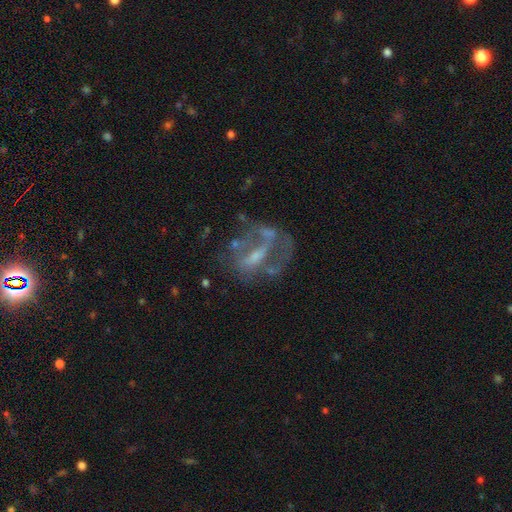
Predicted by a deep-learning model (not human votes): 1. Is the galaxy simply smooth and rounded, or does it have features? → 71% featured or disk, 18% smooth, 11% star or artifact.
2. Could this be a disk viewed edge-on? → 92% no, 8% yes.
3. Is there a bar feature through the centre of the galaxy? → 37% weak, 32% strong, 32% no.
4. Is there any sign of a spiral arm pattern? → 56% no, 44% yes.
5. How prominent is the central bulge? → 46% small, 27% moderate, 23% none, 3% large, 1% dominant.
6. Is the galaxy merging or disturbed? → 43% none, 32% major disturbance, 18% minor disturbance, 8% merger.